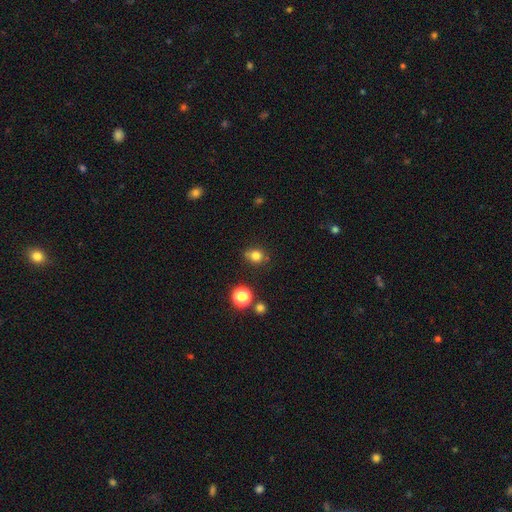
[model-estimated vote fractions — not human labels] This appears to be a smooth galaxy with no disk features (79%) that is round (72%). Merging: none (75%).